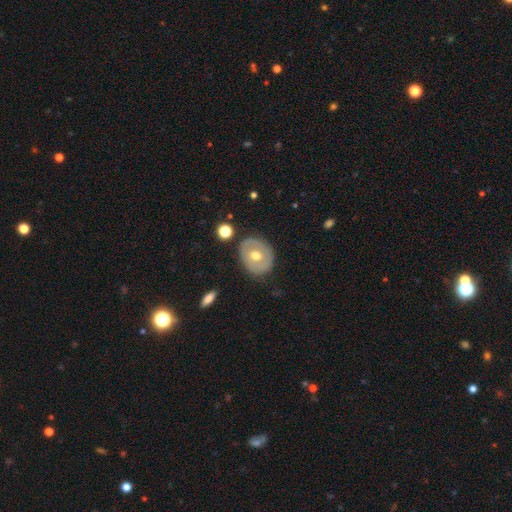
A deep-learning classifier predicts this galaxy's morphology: A featured or disk galaxy (52%).

Vote fractions:
- Smooth or featured? featured or disk: 52% / smooth: 42% / star or artifact: 6%
- Edge-on disk? no: 93% / yes: 7%
- Merging? none: 80% / minor disturbance: 14% / major disturbance: 4% / merger: 2%